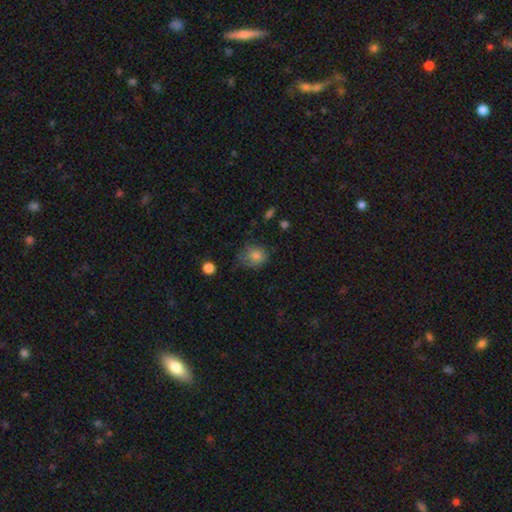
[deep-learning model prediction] smooth_or_featured: smooth (p=0.79) [alt: featured or disk p=0.11]
how_rounded: round (p=0.67) [alt: in between p=0.32]
merging: none (p=0.52) [alt: minor disturbance p=0.31]